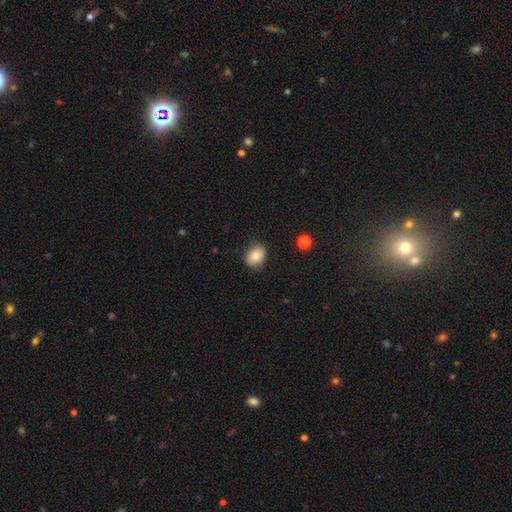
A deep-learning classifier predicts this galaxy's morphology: Smooth or featured: smooth — 83% (star or artifact — 9%)
How rounded: in between — 56% (round — 43%)
Merging: none — 86% (minor disturbance — 10%)